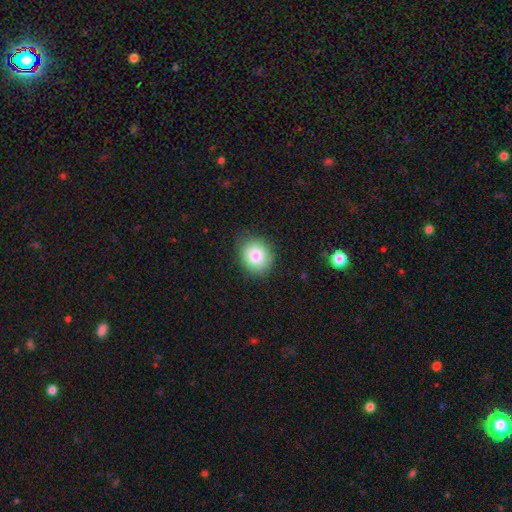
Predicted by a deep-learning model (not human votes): The model was most divided on "how rounded": round: 71%, in between: 29%, cigar-shaped: 1%. More confident: merging — none (82%); smooth or featured — smooth (82%).